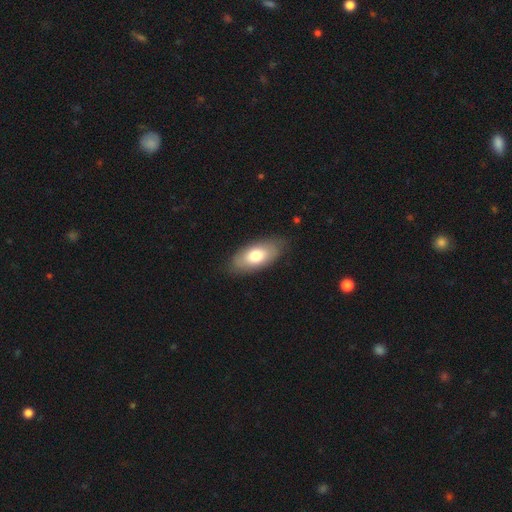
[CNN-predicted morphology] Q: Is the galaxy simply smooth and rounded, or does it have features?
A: smooth — 73%.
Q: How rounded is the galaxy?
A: in between — 90%.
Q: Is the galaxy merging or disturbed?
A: none — 83%.